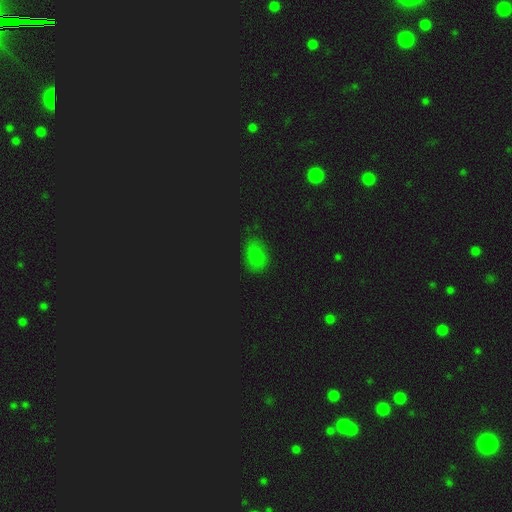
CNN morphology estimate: A smooth galaxy with no disk features (74%) that is in between round and cigar-shaped (74%).

Vote fractions:
- Smooth or featured? smooth: 74% / star or artifact: 19% / featured or disk: 7%
- How rounded? in between: 74% / round: 24% / cigar-shaped: 2%
- Merging? none: 75% / minor disturbance: 19% / major disturbance: 4% / merger: 2%